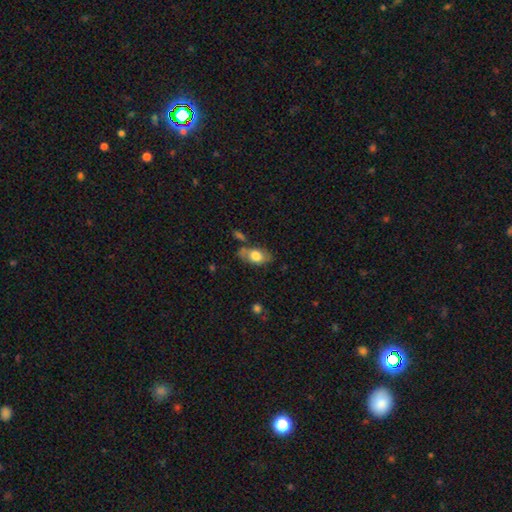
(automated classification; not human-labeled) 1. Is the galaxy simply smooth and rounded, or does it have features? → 71% smooth, 23% featured or disk, 7% star or artifact.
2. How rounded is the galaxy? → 89% in between, 7% round, 4% cigar-shaped.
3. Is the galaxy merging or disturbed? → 64% none, 20% minor disturbance, 10% merger, 6% major disturbance.